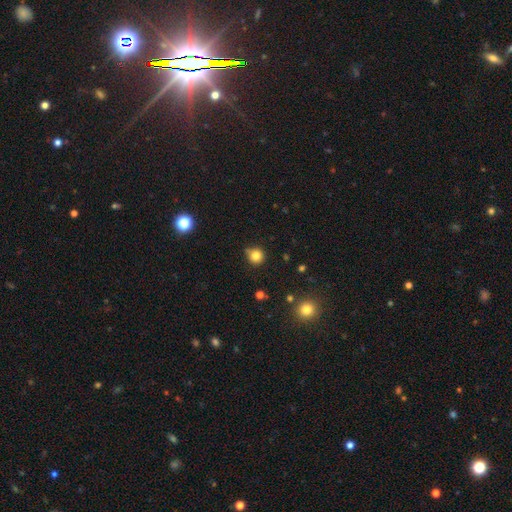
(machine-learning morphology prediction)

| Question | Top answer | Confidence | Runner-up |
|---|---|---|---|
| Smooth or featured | smooth | 82% | star or artifact (13%) |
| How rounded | round | 92% | in between (7%) |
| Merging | none | 81% | minor disturbance (13%) |